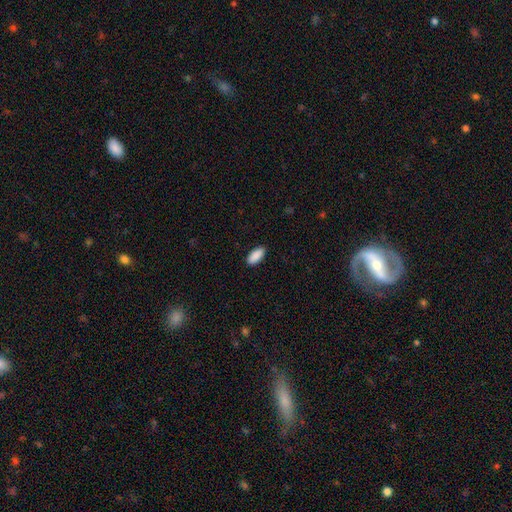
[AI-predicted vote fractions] The model was most divided on "how rounded": in between: 88%, cigar-shaped: 11%, round: 2%. More confident: smooth or featured — smooth (91%); merging — none (89%).